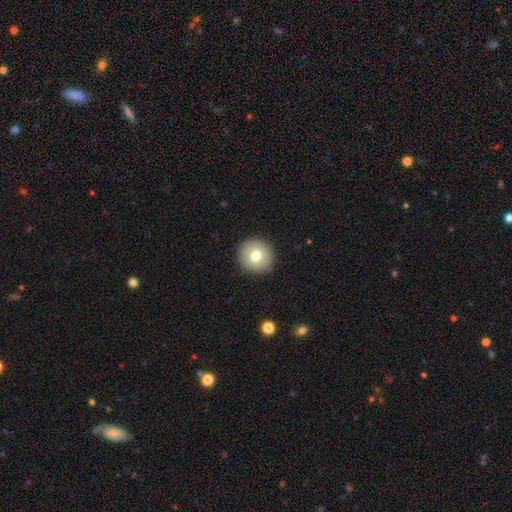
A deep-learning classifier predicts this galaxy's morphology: type=smooth (73%); roundness=round (94%); merging=none (91%).